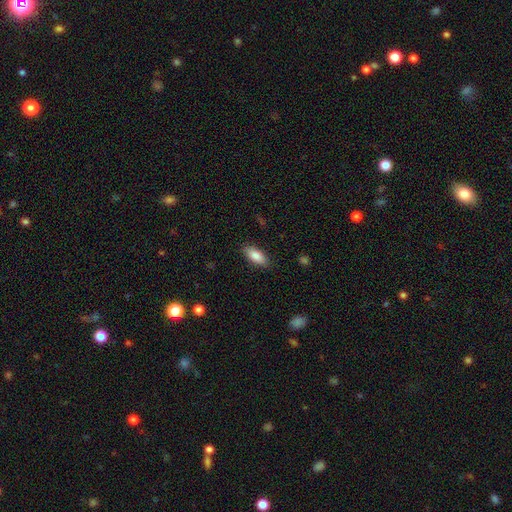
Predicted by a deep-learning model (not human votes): smooth_or_featured: smooth (p=0.85) [alt: featured or disk p=0.08]
how_rounded: in between (p=0.81) [alt: cigar-shaped p=0.17]
merging: none (p=0.87) [alt: minor disturbance p=0.10]